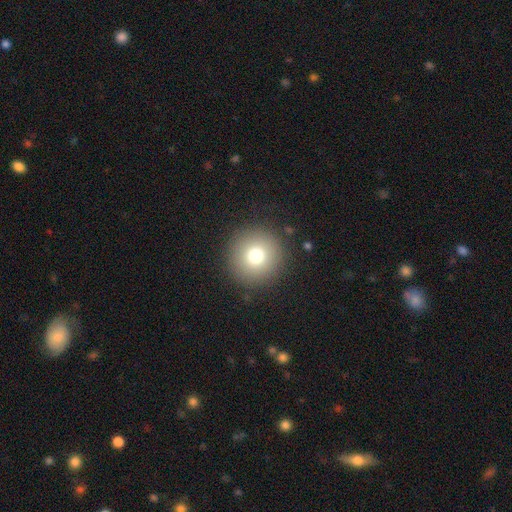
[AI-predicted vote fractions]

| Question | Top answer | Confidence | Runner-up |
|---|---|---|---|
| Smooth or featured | smooth | 77% | star or artifact (12%) |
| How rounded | round | 96% | in between (3%) |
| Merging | none | 90% | minor disturbance (6%) |